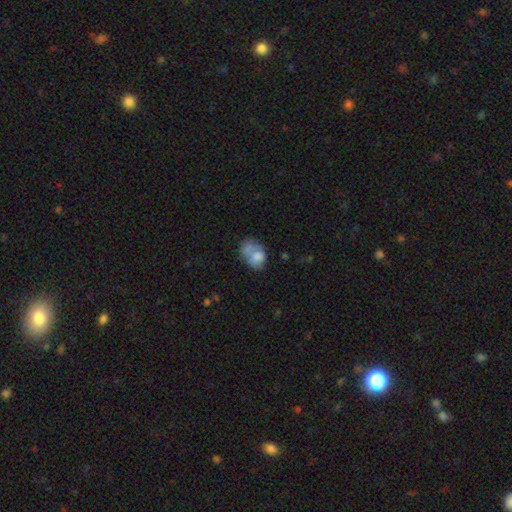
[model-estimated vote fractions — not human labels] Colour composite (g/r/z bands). It shows a smooth galaxy with no disk features (67%) that is in between round and cigar-shaped (72%). Merging: merger (36%).